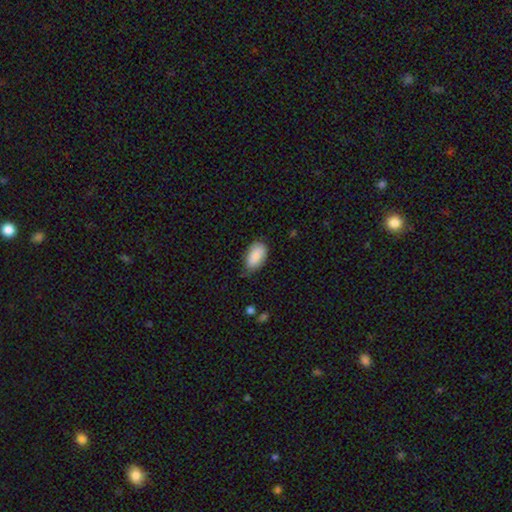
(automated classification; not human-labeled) This appears to be a smooth galaxy with no disk features (87%) that is in between round and cigar-shaped (94%). Merging: none (65%).